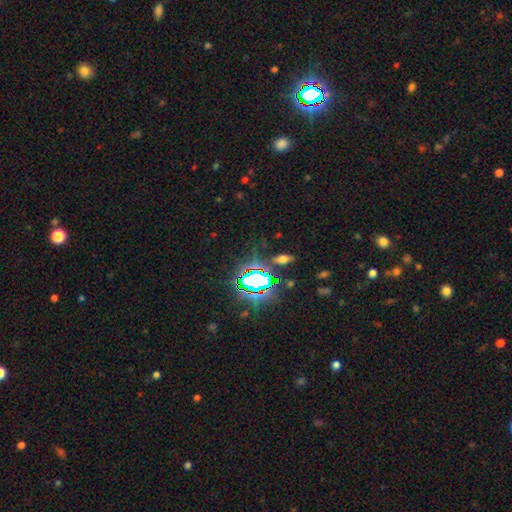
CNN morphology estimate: Smooth or featured?
  - star or artifact: 82% *
  - smooth: 11%
  - featured or disk: 7%